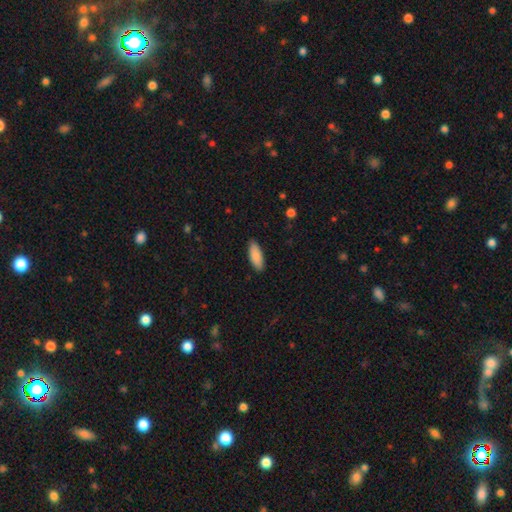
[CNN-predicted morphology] smooth-or-featured: smooth: 89% | star or artifact: 6% | featured or disk: 5%
  how-rounded: in between: 77% | cigar-shaped: 21% | round: 2%
  merging: none: 88% | minor disturbance: 9% | major disturbance: 2% | merger: 1%